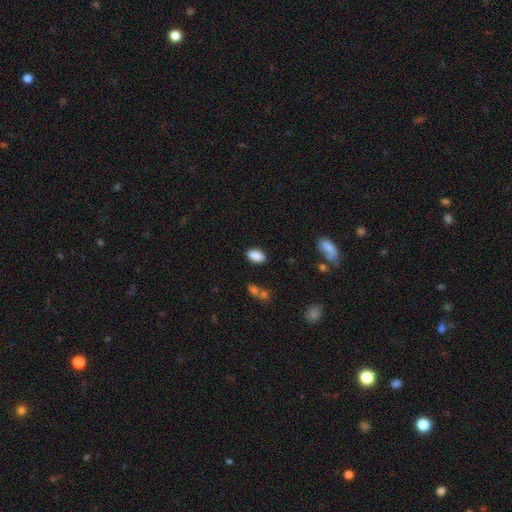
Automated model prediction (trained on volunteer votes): Q: Smooth or featured?
A: smooth (88%); runner-up: star or artifact (8%)
Q: How rounded?
A: in between (92%); runner-up: round (5%)
Q: Merging?
A: none (83%); runner-up: minor disturbance (11%)